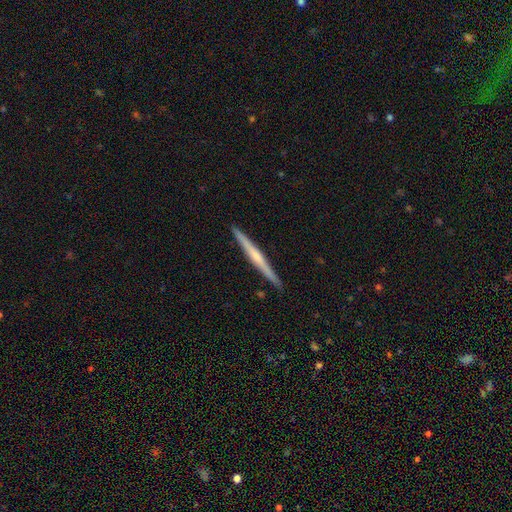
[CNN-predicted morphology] Overall: featured or disk (66%; smooth 29%). Edge-on disk: yes (98%). Edge-on bulge: rounded (55%; none 36%). Merging: none (92%).